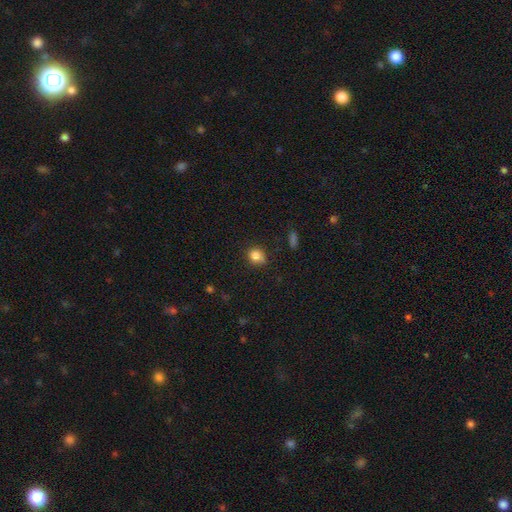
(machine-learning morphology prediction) A smooth galaxy with no disk features (83%) that is round (69%).

Vote fractions:
- Smooth or featured? smooth: 83% / star or artifact: 11% / featured or disk: 6%
- How rounded? round: 69% / in between: 29% / cigar-shaped: 1%
- Merging? none: 67% / minor disturbance: 25% / major disturbance: 6% / merger: 3%